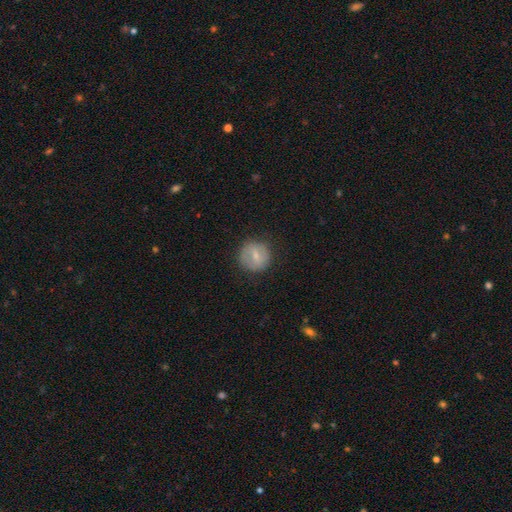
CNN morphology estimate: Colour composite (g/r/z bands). It shows a smooth galaxy with no disk features (65%) that is round (92%). Merging: none (82%).